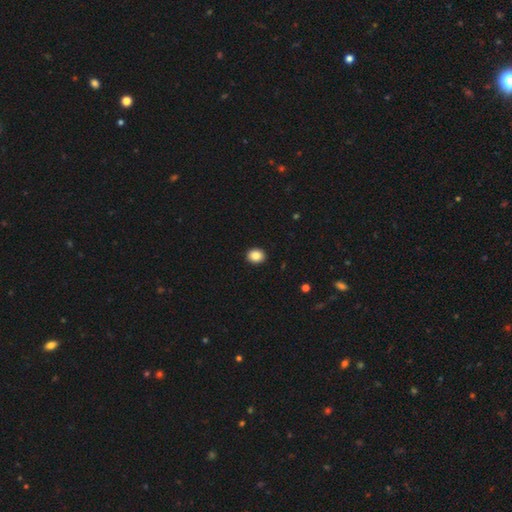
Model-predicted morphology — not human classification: A smooth galaxy with no disk features (86%) that is round (61%).

Vote fractions:
- Smooth or featured? smooth: 86% / star or artifact: 9% / featured or disk: 5%
- How rounded? round: 61% / in between: 39% / cigar-shaped: 1%
- Merging? none: 92% / minor disturbance: 5% / major disturbance: 1% / merger: 1%